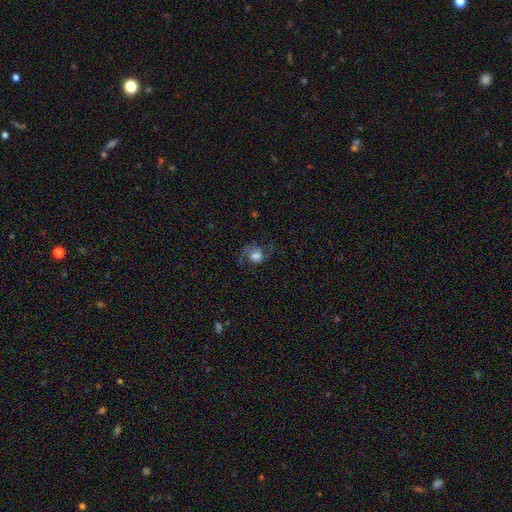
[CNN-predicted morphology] Smooth or featured? featured or disk (50%)
Edge-on disk? no (97%)
Merging? none (55%)